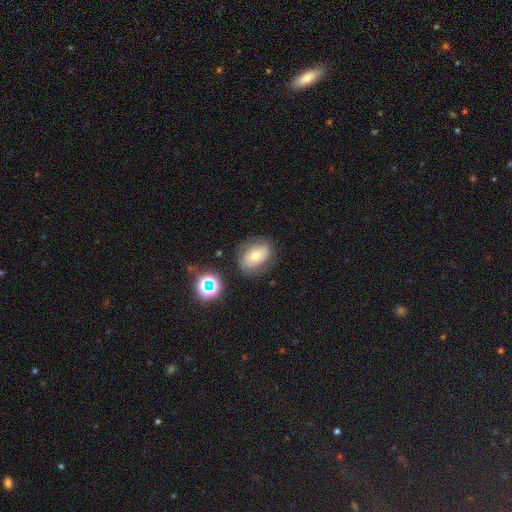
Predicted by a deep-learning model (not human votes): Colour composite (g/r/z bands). It shows a smooth galaxy with no disk features (55%) that is in between round and cigar-shaped (75%). Merging: none (73%).